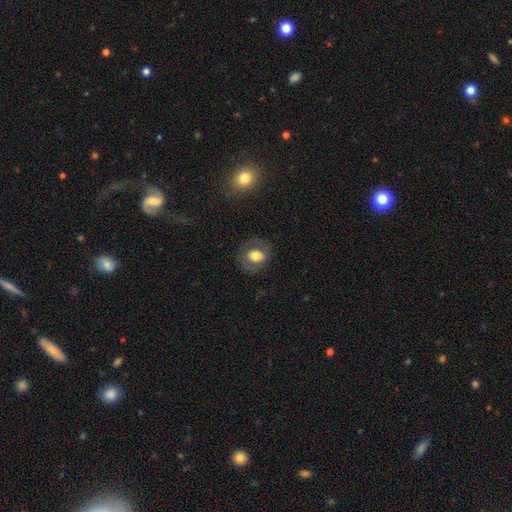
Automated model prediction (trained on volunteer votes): smooth-or-featured: smooth: 62% | featured or disk: 29% | star or artifact: 9%
  how-rounded: round: 55% | in between: 44% | cigar-shaped: 1%
  merging: none: 75% | minor disturbance: 15% | major disturbance: 9% | merger: 1%